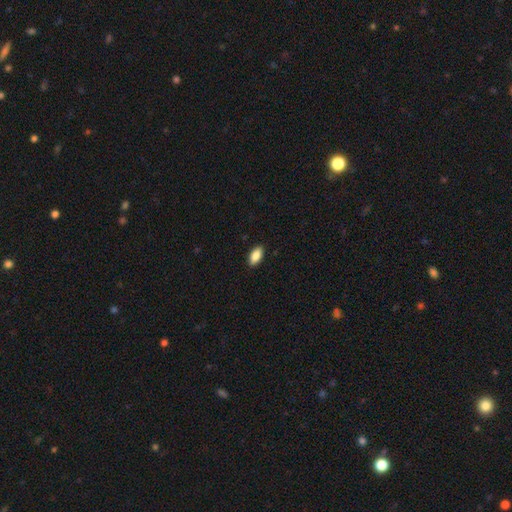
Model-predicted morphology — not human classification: Smooth or featured? smooth (88%)
How rounded? in between (92%)
Merging? none (90%)